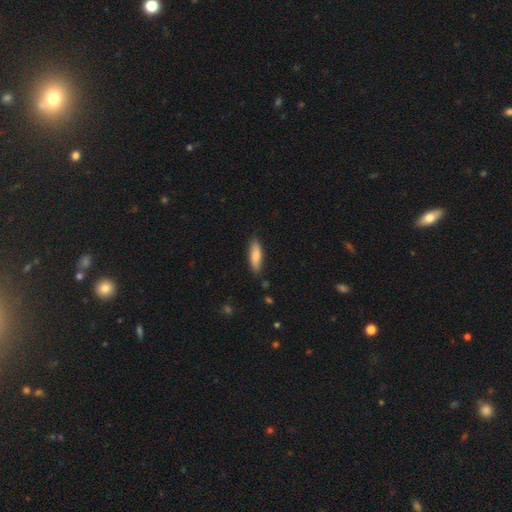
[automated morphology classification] The model was most divided on "how rounded": cigar-shaped: 57%, in between: 42%, round: 2%. More confident: merging — none (86%); smooth or featured — smooth (82%).